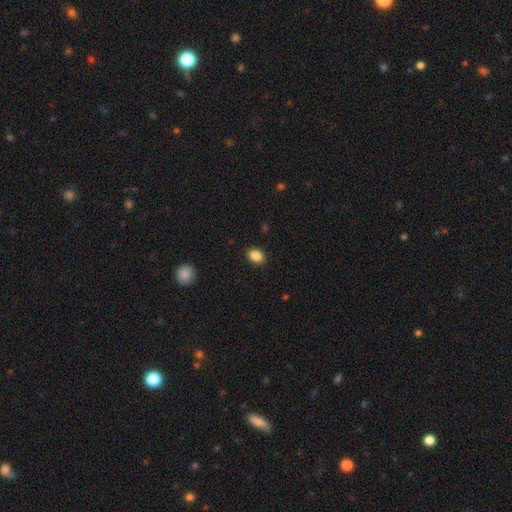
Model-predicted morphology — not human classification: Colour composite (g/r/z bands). It shows a smooth galaxy with no disk features (88%) that is in between round and cigar-shaped (72%). Merging: none (89%).